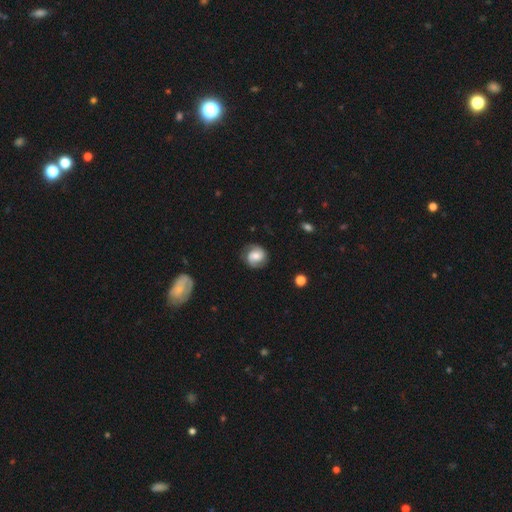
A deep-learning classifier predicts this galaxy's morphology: Smooth or featured? Predicted: featured or disk (p=0.62). Edge-on disk? Predicted: no (p=0.98). Bar? Predicted: no (p=0.56). Spiral arms? Predicted: yes (p=0.91). Spiral winding? Predicted: tight (p=0.44). Spiral arm count? Predicted: 2 (p=0.82). Bulge size? Predicted: moderate (p=0.56). Merging? Predicted: none (p=0.76).